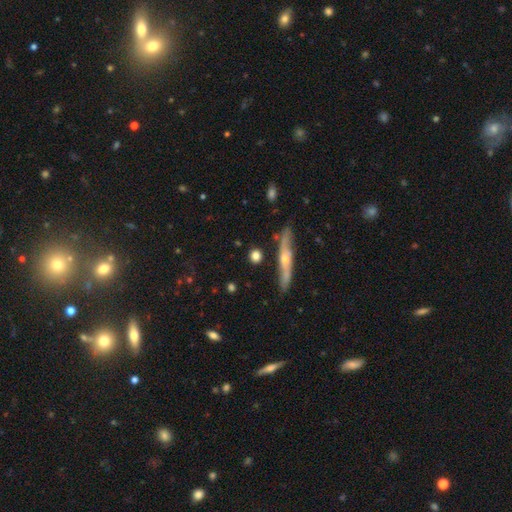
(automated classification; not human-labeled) A smooth galaxy with no disk features (67%) that is round (65%).

Vote fractions:
- Smooth or featured? smooth: 67% / featured or disk: 24% / star or artifact: 8%
- How rounded? round: 65% / cigar-shaped: 21% / in between: 14%
- Merging? none: 81% / minor disturbance: 11% / merger: 5% / major disturbance: 3%